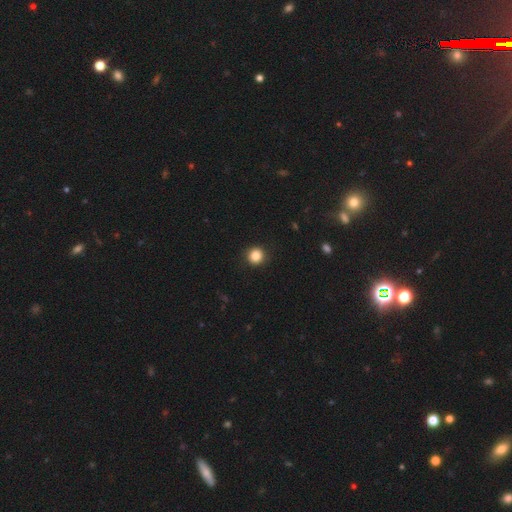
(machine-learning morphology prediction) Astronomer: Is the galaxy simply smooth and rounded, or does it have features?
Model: smooth — 85%.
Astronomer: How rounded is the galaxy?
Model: round — 94%.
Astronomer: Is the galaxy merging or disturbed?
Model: none — 91%.